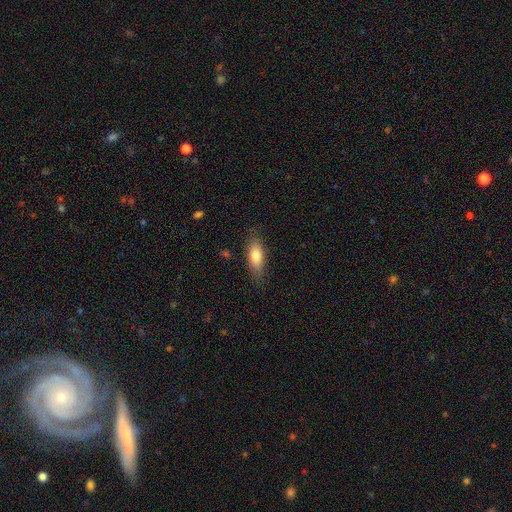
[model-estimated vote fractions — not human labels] Smooth or featured?
  - smooth: 77% *
  - featured or disk: 16%
  - star or artifact: 7%
How rounded?
  - in between: 72% *
  - cigar-shaped: 25%
  - round: 3%
Merging?
  - none: 81% *
  - minor disturbance: 14%
  - major disturbance: 4%
  - merger: 1%